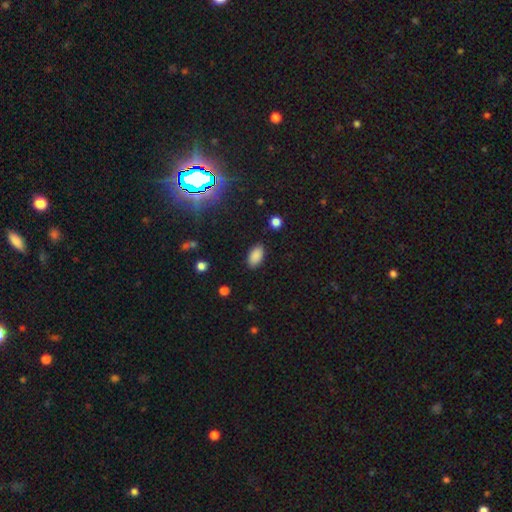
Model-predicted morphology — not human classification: smooth 86%, star or artifact 9%, featured or disk 4%. Down the decision tree: how rounded — in between (93%); merging — none (86%).